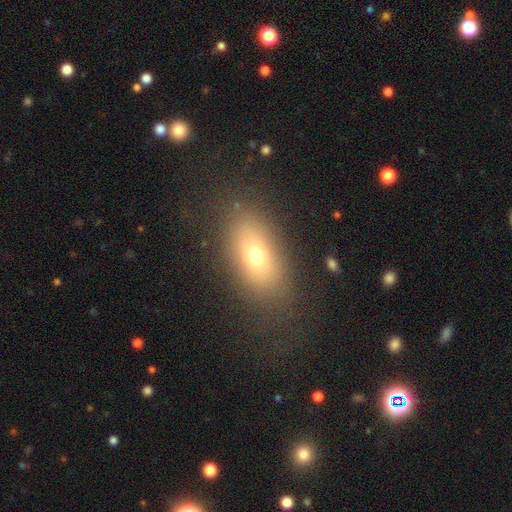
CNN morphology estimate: A smooth galaxy with no disk features (66%) that is in between round and cigar-shaped (82%). Merging: none (75%).